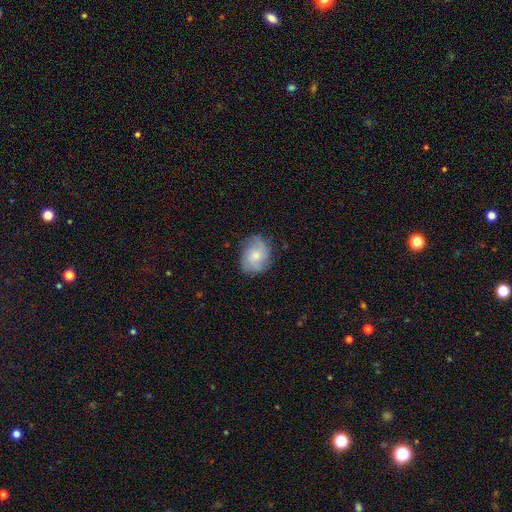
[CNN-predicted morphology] Overall: smooth (51%; featured or disk 42%). How rounded: in between (56%; round 43%). Merging: none (74%).